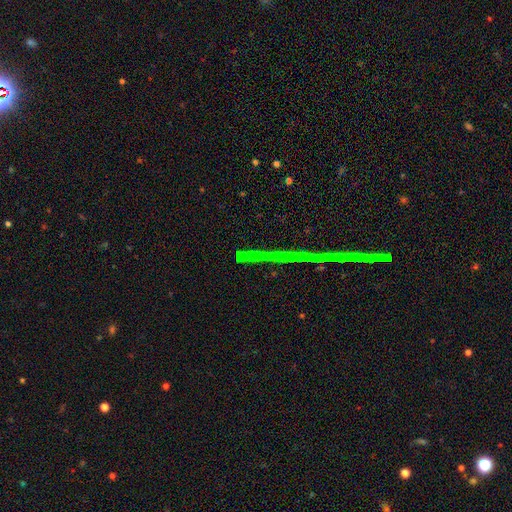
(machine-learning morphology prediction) type=star or artifact (77%).